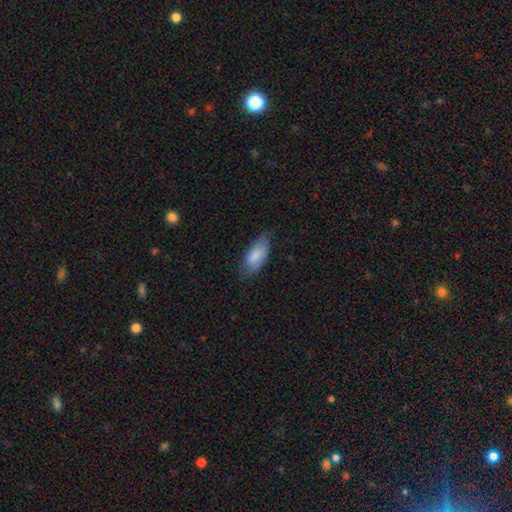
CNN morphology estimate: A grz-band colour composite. It shows a smooth galaxy with no disk features (81%) that is in between round and cigar-shaped (88%). Merging: none (64%).